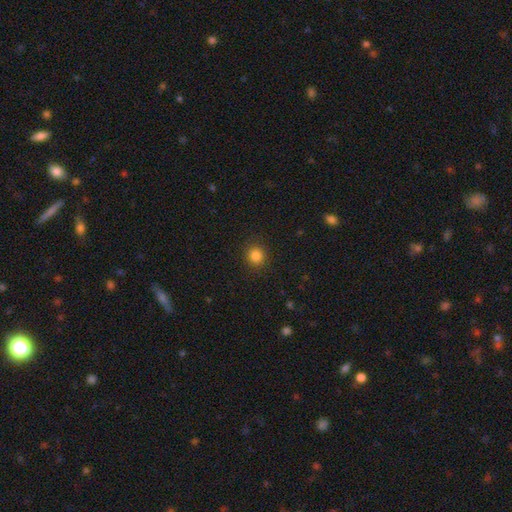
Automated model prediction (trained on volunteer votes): Smooth or featured?
  - smooth: 84% *
  - star or artifact: 12%
  - featured or disk: 4%
How rounded?
  - round: 89% *
  - in between: 10%
  - cigar-shaped: 1%
Merging?
  - none: 90% *
  - minor disturbance: 6%
  - major disturbance: 2%
  - merger: 1%